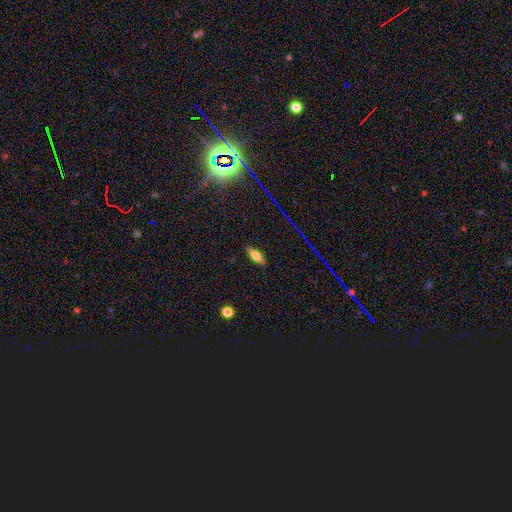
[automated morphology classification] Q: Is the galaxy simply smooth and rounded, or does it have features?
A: smooth — 63%.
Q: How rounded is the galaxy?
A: in between — 72%.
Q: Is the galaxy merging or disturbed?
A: none — 86%.